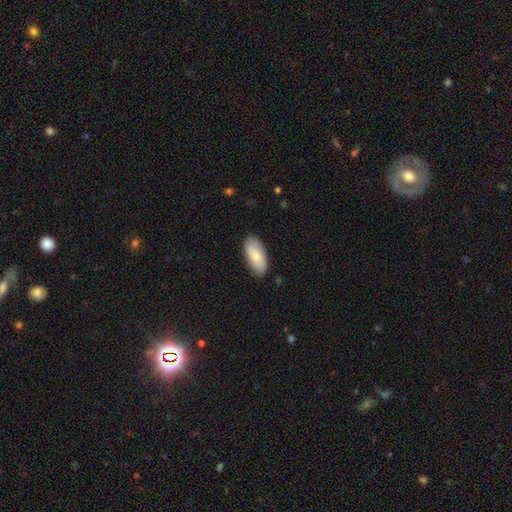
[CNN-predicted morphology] This is likely a smooth galaxy (73%). How rounded: clearly in between (90%). Merging: clearly none (86%).